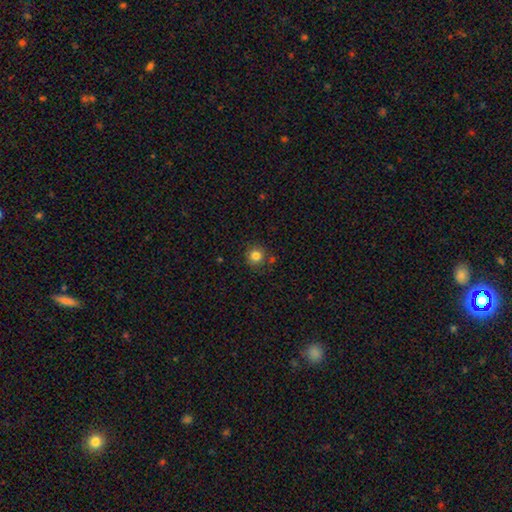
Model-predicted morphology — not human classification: Smooth or featured: smooth — 83% (star or artifact — 11%)
How rounded: round — 92% (in between — 7%)
Merging: none — 80% (minor disturbance — 11%)